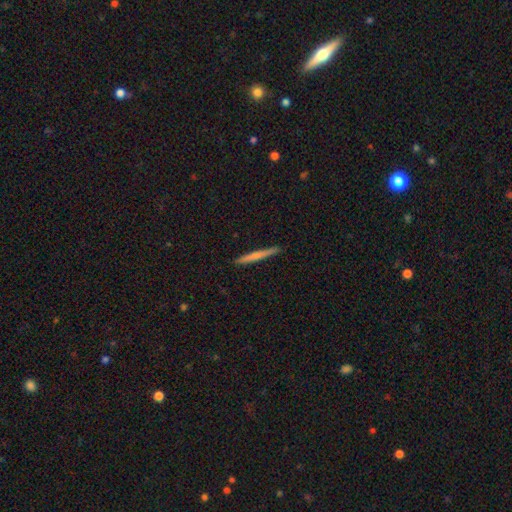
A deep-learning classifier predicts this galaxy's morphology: This is likely a smooth galaxy (64%). How rounded: clearly cigar-shaped (97%). Merging: clearly none (92%).